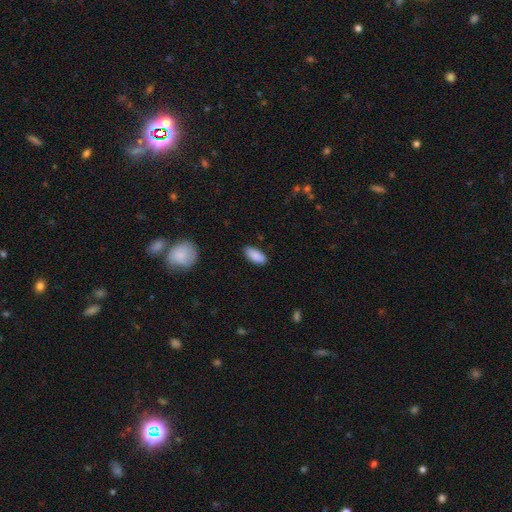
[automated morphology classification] Q: Smooth or featured?
A: smooth (89%); runner-up: star or artifact (6%)
Q: How rounded?
A: in between (90%); runner-up: cigar-shaped (8%)
Q: Merging?
A: none (86%); runner-up: minor disturbance (10%)